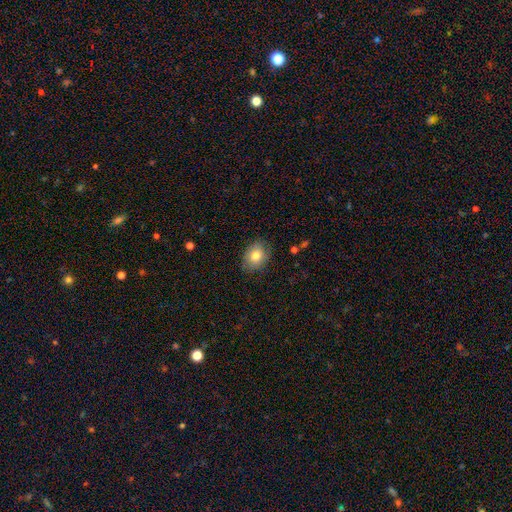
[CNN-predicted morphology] smooth_or_featured: smooth (p=0.79) [alt: featured or disk p=0.12]
how_rounded: in between (p=0.54) [alt: round p=0.45]
merging: none (p=0.83) [alt: minor disturbance p=0.13]